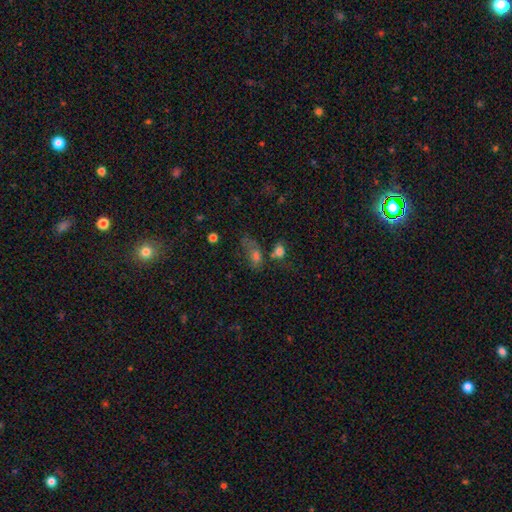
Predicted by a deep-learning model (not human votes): Smooth or featured: smooth — 59% (star or artifact — 24%)
How rounded: in between — 75% (round — 15%)
Merging: none — 39% (merger — 22%)